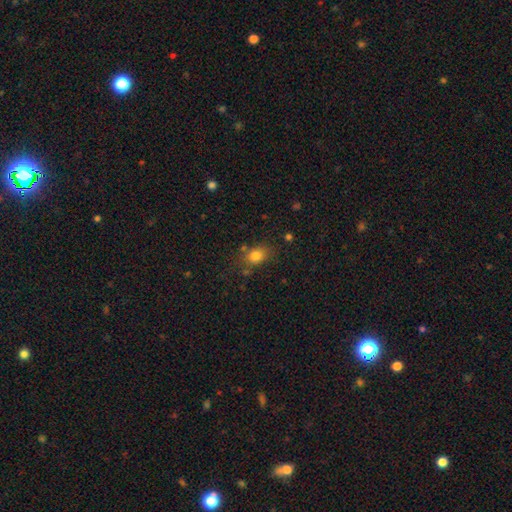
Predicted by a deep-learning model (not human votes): smooth-or-featured: smooth: 80% | star or artifact: 12% | featured or disk: 8%
  how-rounded: in between: 59% | round: 40% | cigar-shaped: 2%
  merging: none: 71% | minor disturbance: 17% | merger: 6% | major disturbance: 6%